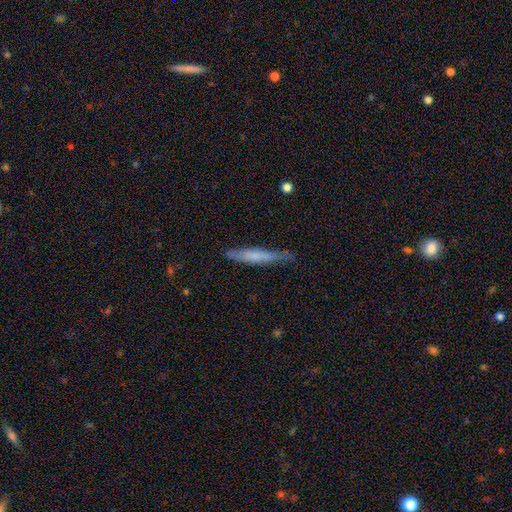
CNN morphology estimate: Smooth or featured? smooth (60%)
How rounded? cigar-shaped (94%)
Merging? none (75%)